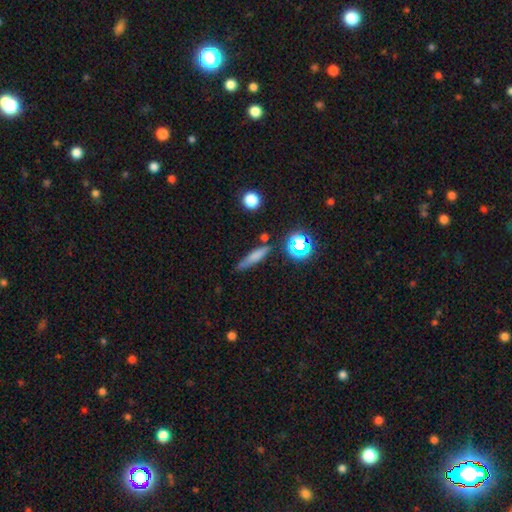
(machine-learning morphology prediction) smooth 66%, featured or disk 20%, star or artifact 15%. Down the decision tree: how rounded — cigar-shaped (80%); merging — none (73%).